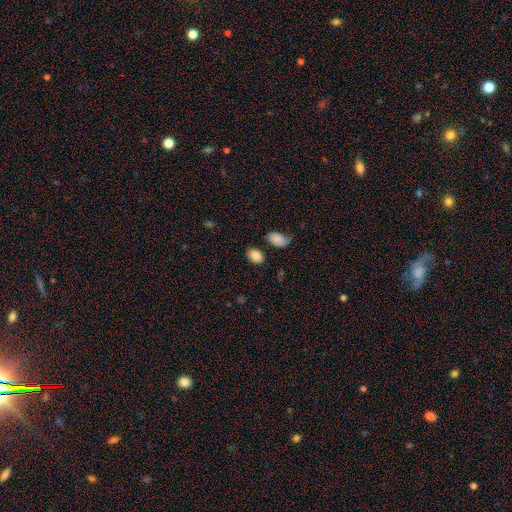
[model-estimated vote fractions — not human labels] Smooth or featured? Predicted: smooth (p=0.86). How rounded? Predicted: in between (p=0.82). Merging? Predicted: none (p=0.79).